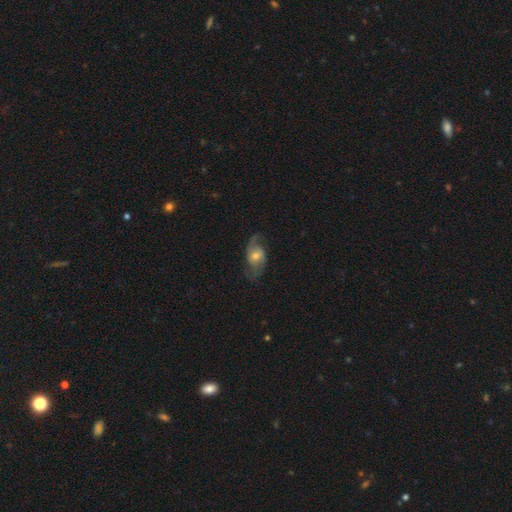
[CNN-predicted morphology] Smooth or featured?
  - featured or disk: 74% *
  - smooth: 20%
  - star or artifact: 7%
Edge-on disk?
  - no: 95% *
  - yes: 5%
Bar?
  - weak: 45% *
  - no: 44%
  - strong: 11%
Spiral arms?
  - yes: 90% *
  - no: 10%
Spiral winding?
  - loose: 49% *
  - medium: 40%
  - tight: 11%
Spiral arm count?
  - 2: 85% *
  - can't tell: 6%
  - 1: 5%
  - 3: 2%
  - 4: 1%
  - more than 4: 1%
Bulge size?
  - moderate: 59% *
  - small: 31%
  - large: 7%
  - none: 2%
  - dominant: 1%
Merging?
  - none: 69% *
  - minor disturbance: 18%
  - major disturbance: 12%
  - merger: 1%